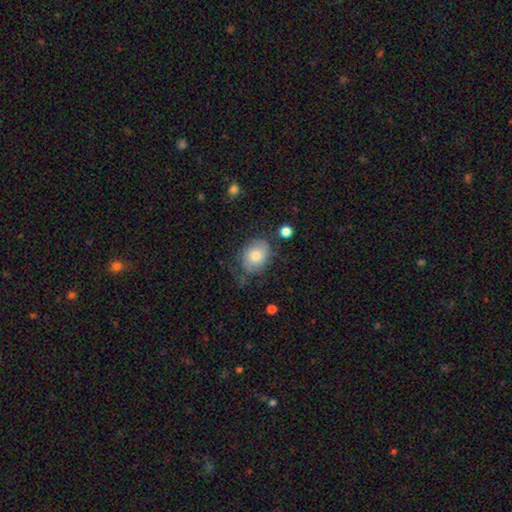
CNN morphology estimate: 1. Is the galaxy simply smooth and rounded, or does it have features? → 73% smooth, 19% featured or disk, 8% star or artifact.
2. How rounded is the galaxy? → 54% in between, 45% round, 1% cigar-shaped.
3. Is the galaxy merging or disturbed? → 62% none, 25% minor disturbance, 10% major disturbance, 3% merger.